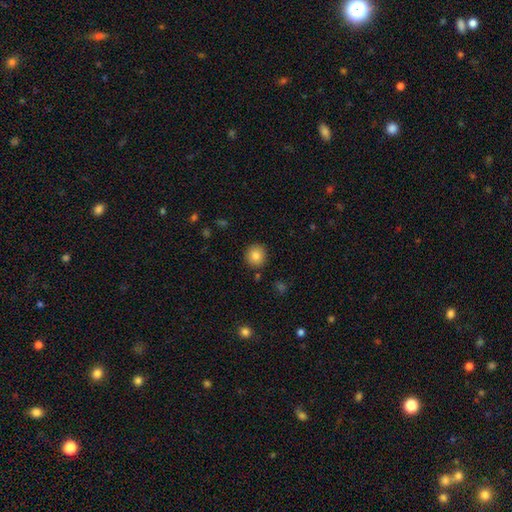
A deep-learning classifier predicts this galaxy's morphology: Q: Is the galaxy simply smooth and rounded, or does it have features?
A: smooth — 83%.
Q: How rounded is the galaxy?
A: round — 93%.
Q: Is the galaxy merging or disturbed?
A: none — 90%.